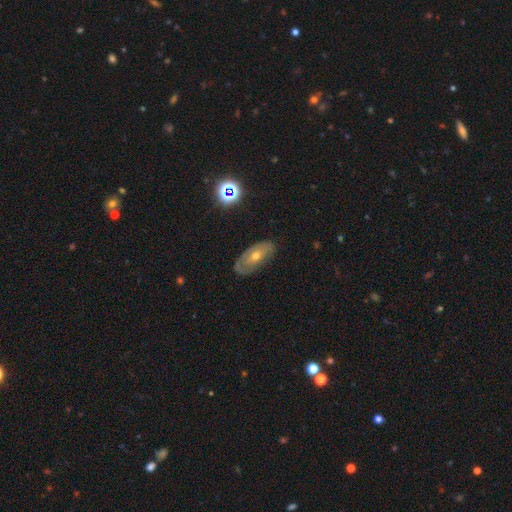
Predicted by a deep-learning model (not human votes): Overall: featured or disk (56%; smooth 33%). Edge-on disk: no (84%). Merging: none (71%).